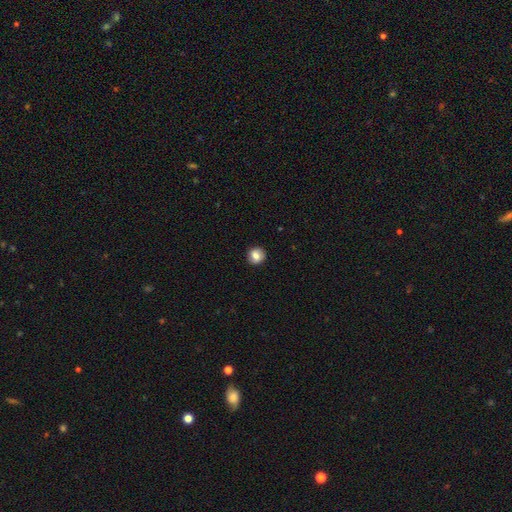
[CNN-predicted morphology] This is likely a smooth galaxy (76%). How rounded: clearly round (88%). Merging: clearly none (89%).